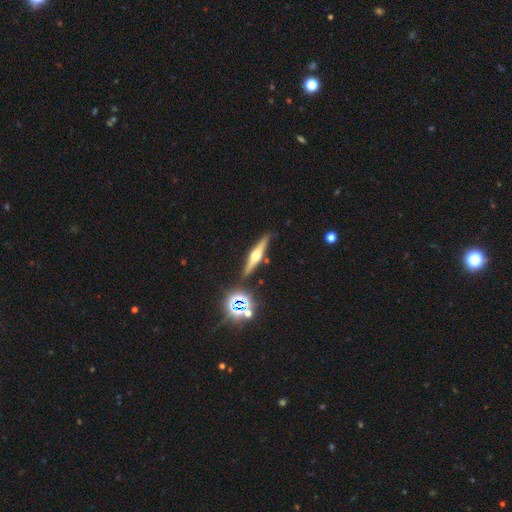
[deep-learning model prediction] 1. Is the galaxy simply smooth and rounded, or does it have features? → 67% featured or disk, 23% smooth, 10% star or artifact.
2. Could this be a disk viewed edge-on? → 96% yes, 4% no.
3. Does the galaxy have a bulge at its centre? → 94% rounded, 3% boxy, 2% none.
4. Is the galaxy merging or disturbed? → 86% none, 9% minor disturbance, 3% merger, 2% major disturbance.